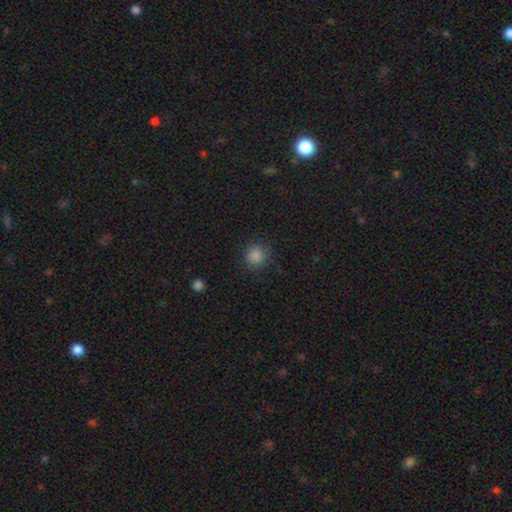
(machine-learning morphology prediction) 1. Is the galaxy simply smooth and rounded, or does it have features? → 85% smooth, 11% star or artifact, 3% featured or disk.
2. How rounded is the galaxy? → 90% round, 9% in between, 1% cigar-shaped.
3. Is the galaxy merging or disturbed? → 85% none, 10% minor disturbance, 3% major disturbance, 1% merger.